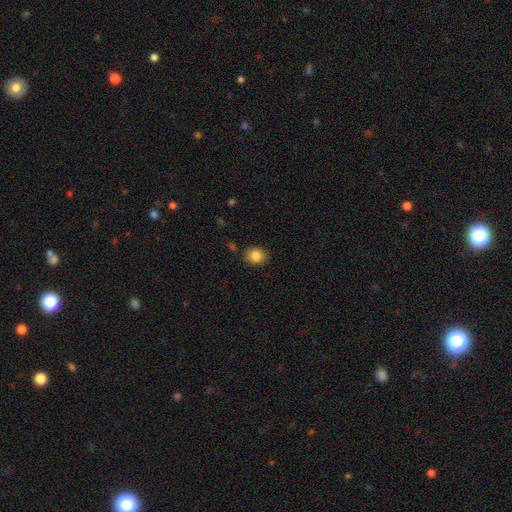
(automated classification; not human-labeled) smooth 85%, star or artifact 9%, featured or disk 6%. Down the decision tree: how rounded — round (65%); merging — none (87%).